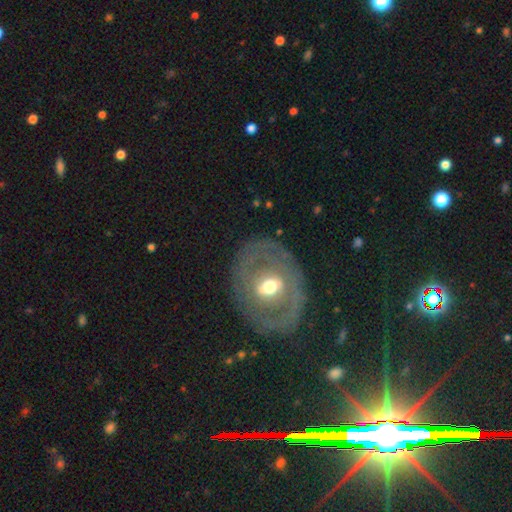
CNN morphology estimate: Smooth or featured: featured or disk — 63% (smooth — 24%)
Edge-on disk: no — 93% (yes — 7%)
Bar: no — 57% (weak — 29%)
Spiral arms: no — 56% (yes — 44%)
Bulge size: moderate — 70% (small — 18%)
Merging: none — 81% (minor disturbance — 11%)